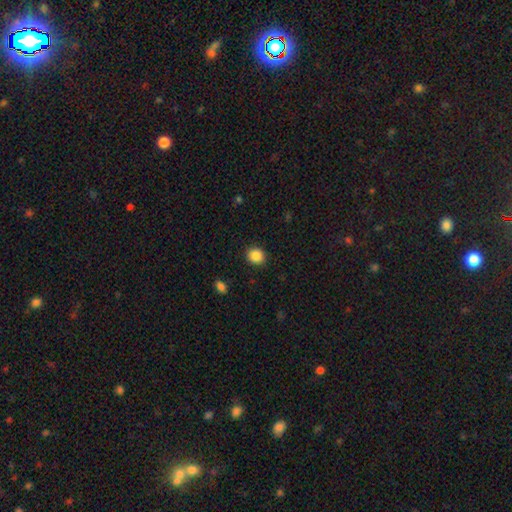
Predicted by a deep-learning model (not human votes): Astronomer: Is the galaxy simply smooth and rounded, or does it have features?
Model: smooth — 87%.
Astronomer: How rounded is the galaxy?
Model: round — 84%.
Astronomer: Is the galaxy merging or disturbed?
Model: none — 90%.